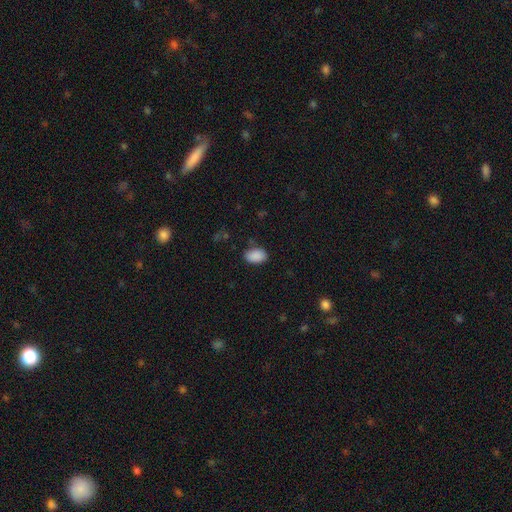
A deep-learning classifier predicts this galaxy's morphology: Smooth or featured?
  - smooth: 89% *
  - star or artifact: 8%
  - featured or disk: 3%
How rounded?
  - in between: 90% *
  - round: 9%
  - cigar-shaped: 1%
Merging?
  - none: 81% *
  - minor disturbance: 14%
  - major disturbance: 3%
  - merger: 2%